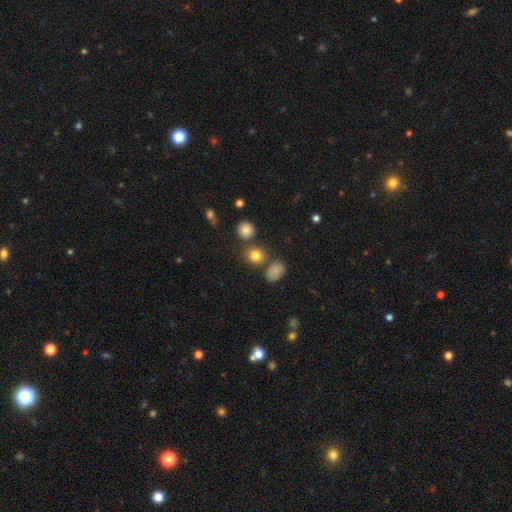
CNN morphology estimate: smooth 81%, star or artifact 13%, featured or disk 6%. Down the decision tree: how rounded — round (79%); merging — none (73%).